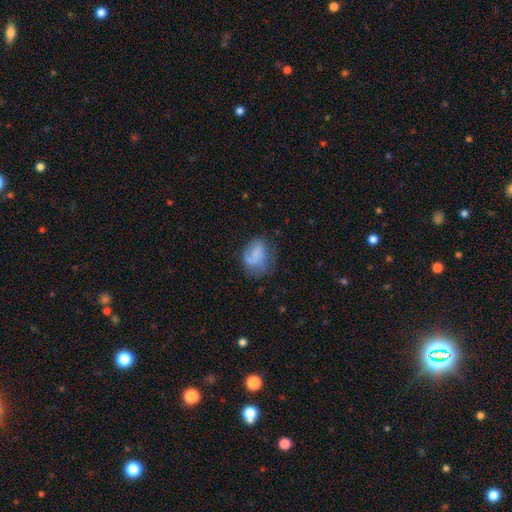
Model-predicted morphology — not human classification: A smooth galaxy with no disk features (50%) that is in between round and cigar-shaped (61%). Merging: none (44%).